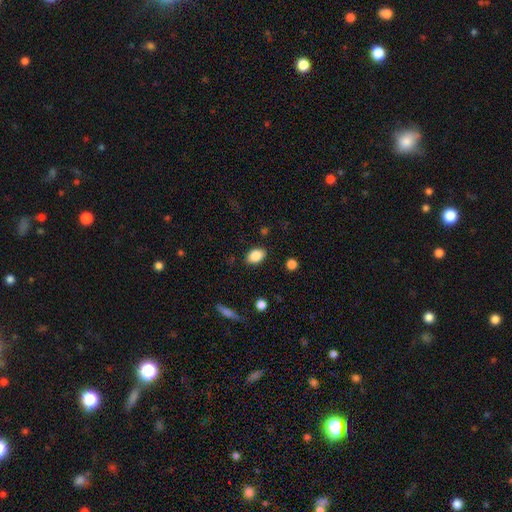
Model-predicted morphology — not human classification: Smooth or featured?
  - smooth: 87% *
  - star or artifact: 8%
  - featured or disk: 5%
How rounded?
  - in between: 85% *
  - round: 13%
  - cigar-shaped: 1%
Merging?
  - none: 86% *
  - minor disturbance: 10%
  - major disturbance: 3%
  - merger: 1%